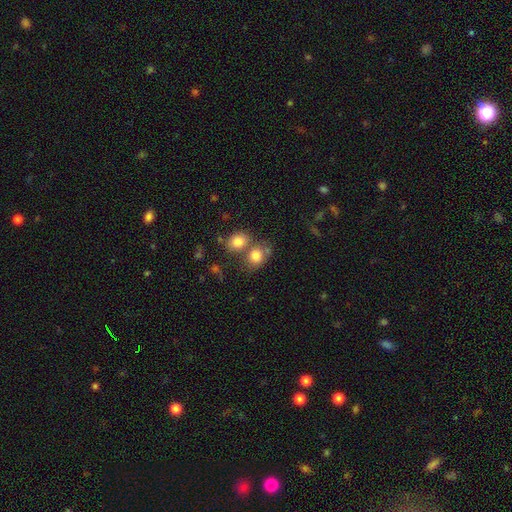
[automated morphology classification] Smooth or featured? Predicted: smooth (p=0.81). How rounded? Predicted: round (p=0.56). Merging? Predicted: none (p=0.44).